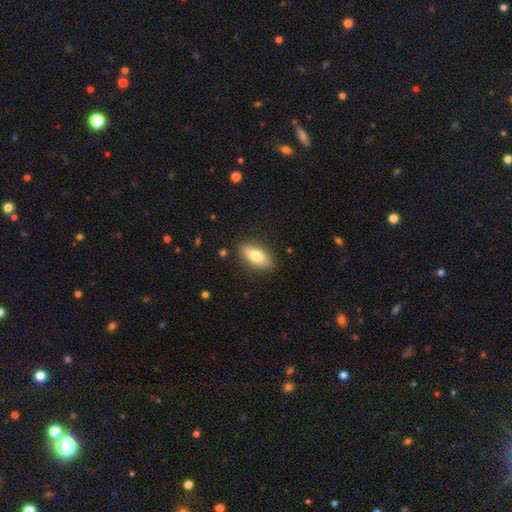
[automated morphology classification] A smooth galaxy with no disk features (74%) that is in between round and cigar-shaped (82%).

Vote fractions:
- Smooth or featured? smooth: 74% / featured or disk: 19% / star or artifact: 7%
- How rounded? in between: 82% / cigar-shaped: 14% / round: 4%
- Merging? none: 85% / minor disturbance: 11% / major disturbance: 2% / merger: 1%